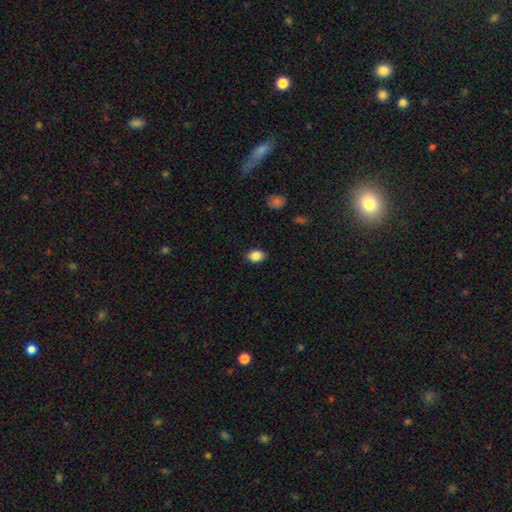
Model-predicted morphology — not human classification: A smooth galaxy with no disk features (87%) that is in between round and cigar-shaped (76%). Merging: none (87%).